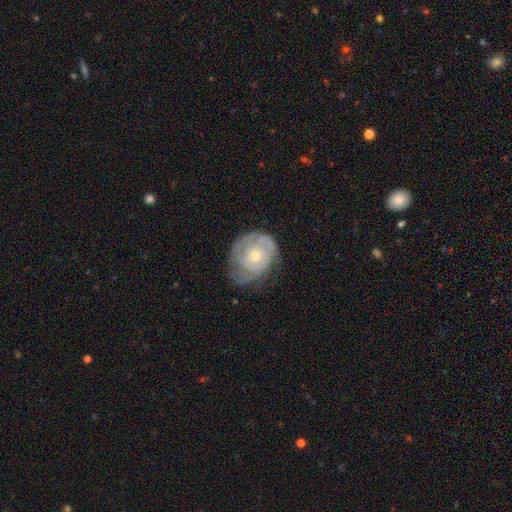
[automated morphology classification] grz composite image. It shows a featured or disk galaxy (75%) with no bar (81%), tight (69%) spiral arms (85%) and a small central bulge (64%). Merging: none (53%).